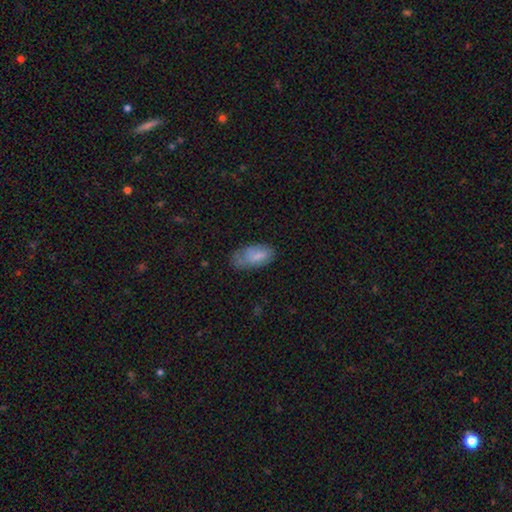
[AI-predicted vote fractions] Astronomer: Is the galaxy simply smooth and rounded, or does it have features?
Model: smooth — 76%.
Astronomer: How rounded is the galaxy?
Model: in between — 92%.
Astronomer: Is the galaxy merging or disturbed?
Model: none — 50% (runner-up: minor disturbance, 34%).